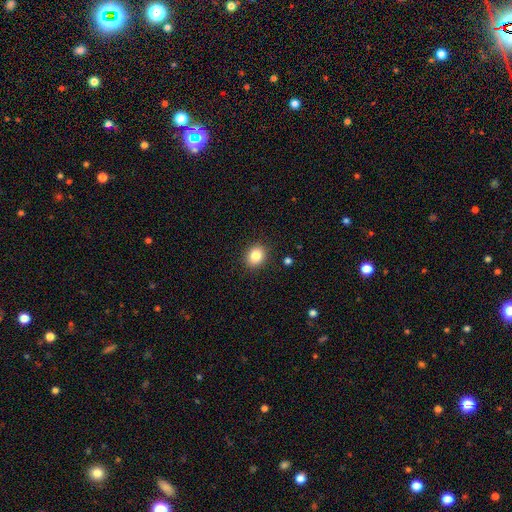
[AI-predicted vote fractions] A smooth galaxy with no disk features (84%) that is round (61%).

Vote fractions:
- Smooth or featured? smooth: 84% / star or artifact: 10% / featured or disk: 6%
- How rounded? round: 61% / in between: 38% / cigar-shaped: 1%
- Merging? none: 90% / minor disturbance: 7% / major disturbance: 2% / merger: 1%